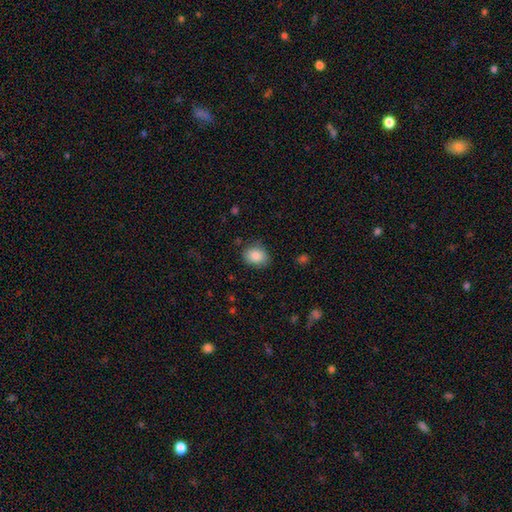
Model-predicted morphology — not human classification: Smooth or featured? smooth (85%)
How rounded? round (50%)
Merging? none (79%)